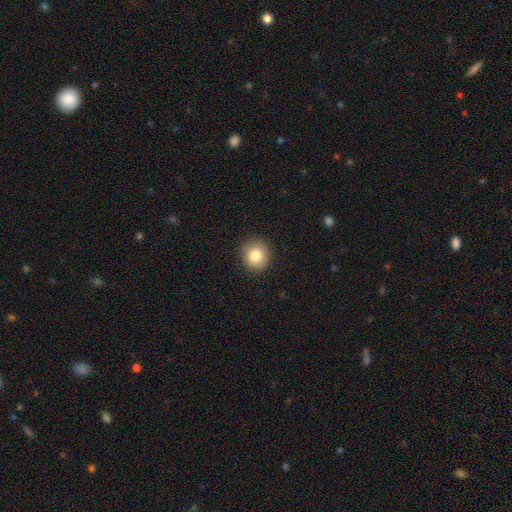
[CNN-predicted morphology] This appears to be a smooth galaxy with no disk features (83%) that is round (84%). Merging: none (90%).